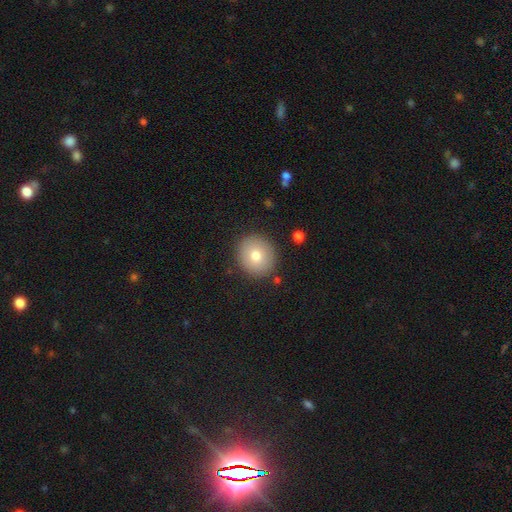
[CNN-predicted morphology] This appears to be a smooth galaxy with no disk features (76%) that is round (87%). Merging: none (88%).